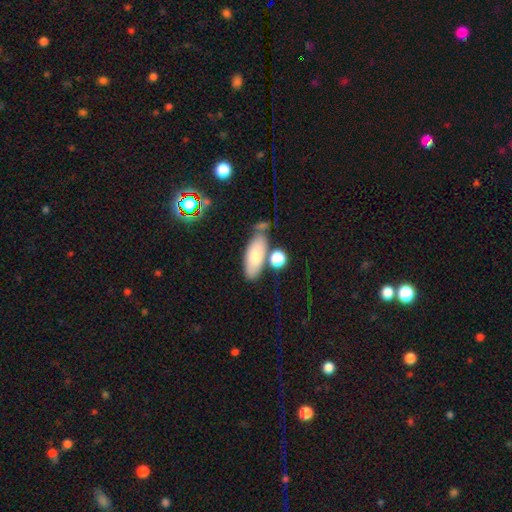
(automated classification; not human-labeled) Q: Smooth or featured?
A: smooth (73%); runner-up: featured or disk (20%)
Q: How rounded?
A: in between (82%); runner-up: cigar-shaped (15%)
Q: Merging?
A: none (64%); runner-up: merger (16%)